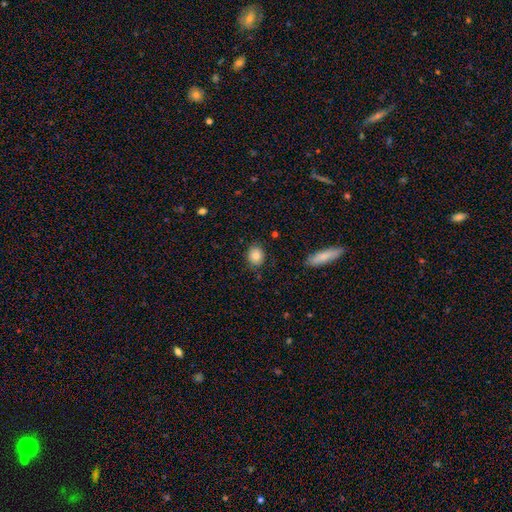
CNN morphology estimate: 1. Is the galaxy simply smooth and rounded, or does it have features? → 82% smooth, 9% star or artifact, 9% featured or disk.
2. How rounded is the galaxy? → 65% round, 34% in between, 1% cigar-shaped.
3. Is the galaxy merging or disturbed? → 84% none, 11% minor disturbance, 3% major disturbance, 2% merger.